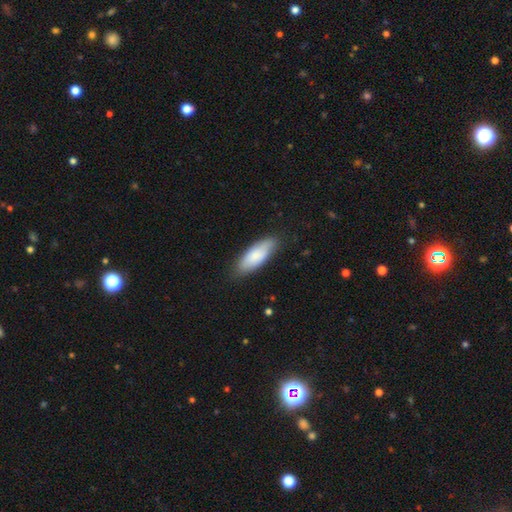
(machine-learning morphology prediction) smooth_or_featured: smooth (p=0.81) [alt: featured or disk p=0.14]
how_rounded: in between (p=0.71) [alt: cigar-shaped p=0.28]
merging: none (p=0.82) [alt: minor disturbance p=0.15]